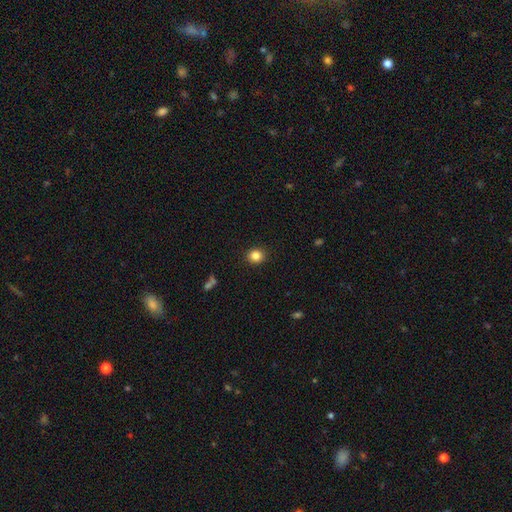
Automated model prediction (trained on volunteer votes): Smooth or featured? Predicted: smooth (p=0.84). How rounded? Predicted: round (p=0.83). Merging? Predicted: none (p=0.91).